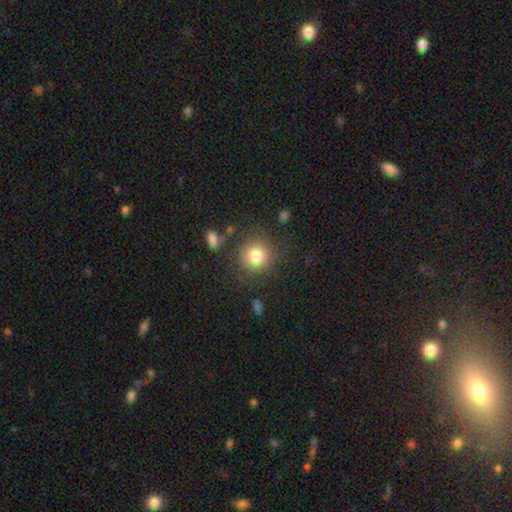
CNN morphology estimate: smooth-or-featured: smooth: 82% | star or artifact: 10% | featured or disk: 8%
  how-rounded: round: 90% | in between: 9% | cigar-shaped: 1%
  merging: none: 82% | minor disturbance: 10% | major disturbance: 5% | merger: 3%